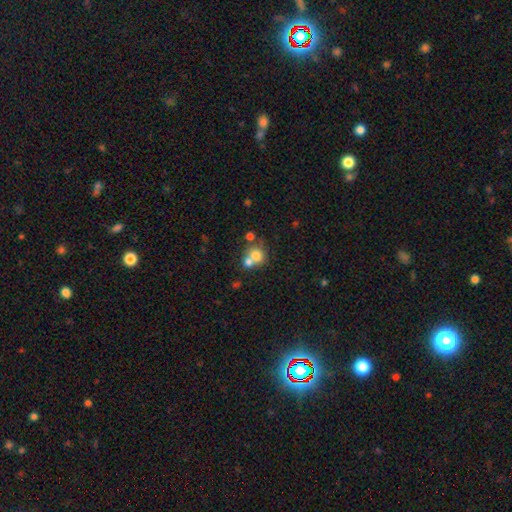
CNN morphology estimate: type=smooth (72%); roundness=round (80%); merging=merger (54%).